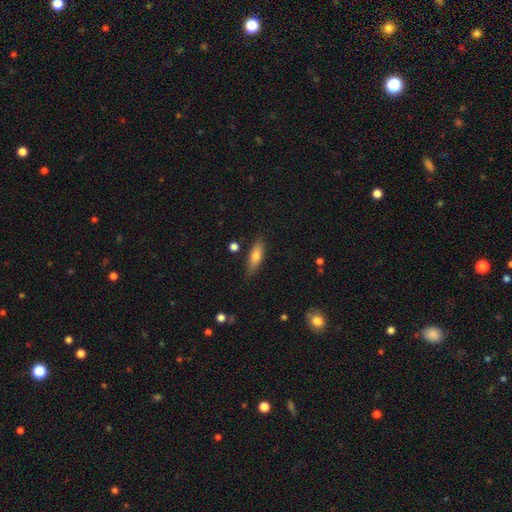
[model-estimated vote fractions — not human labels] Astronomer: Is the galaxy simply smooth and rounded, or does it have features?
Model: smooth — 75%.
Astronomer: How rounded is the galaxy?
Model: in between — 54% (runner-up: cigar-shaped, 44%).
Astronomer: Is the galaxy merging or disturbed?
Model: none — 82%.